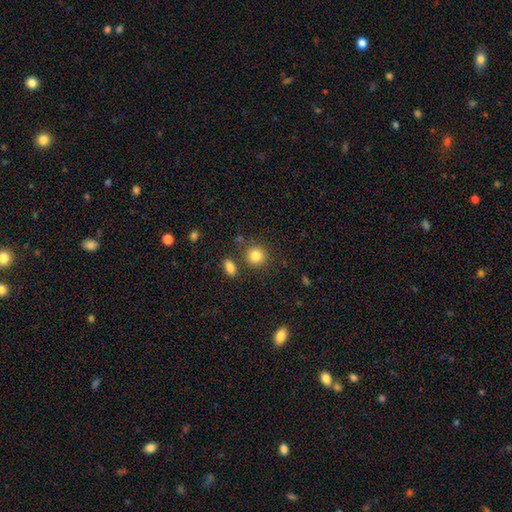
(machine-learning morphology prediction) A smooth galaxy with no disk features (84%) that is round (88%).

Vote fractions:
- Smooth or featured? smooth: 84% / star or artifact: 10% / featured or disk: 6%
- How rounded? round: 88% / in between: 11% / cigar-shaped: 1%
- Merging? none: 80% / minor disturbance: 9% / merger: 7% / major disturbance: 3%